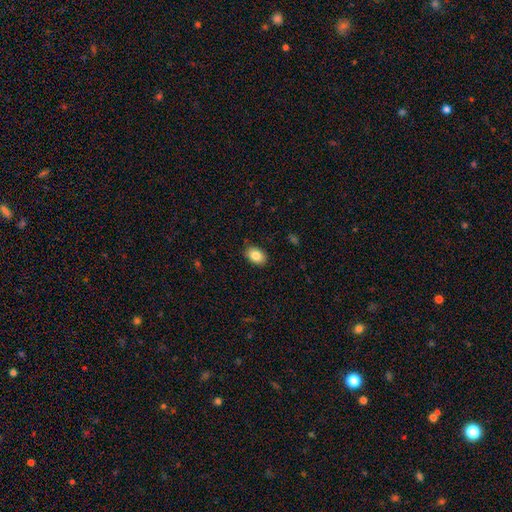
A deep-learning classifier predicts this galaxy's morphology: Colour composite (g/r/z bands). It shows a smooth galaxy with no disk features (85%) that is in between round and cigar-shaped (84%). Merging: none (88%).